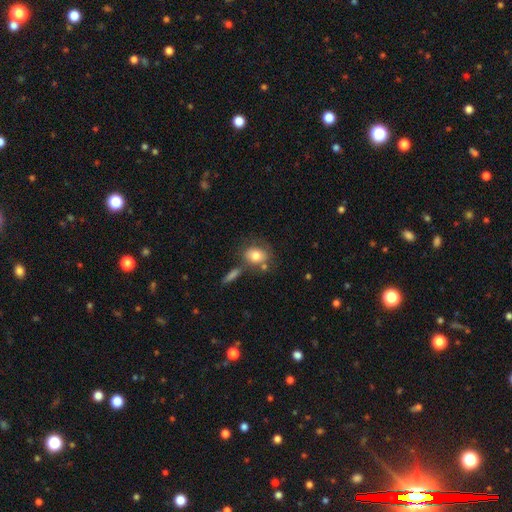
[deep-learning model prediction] Overall: smooth (76%). How rounded: in between (50%; round 48%). Merging: none (55%; merger 19%).